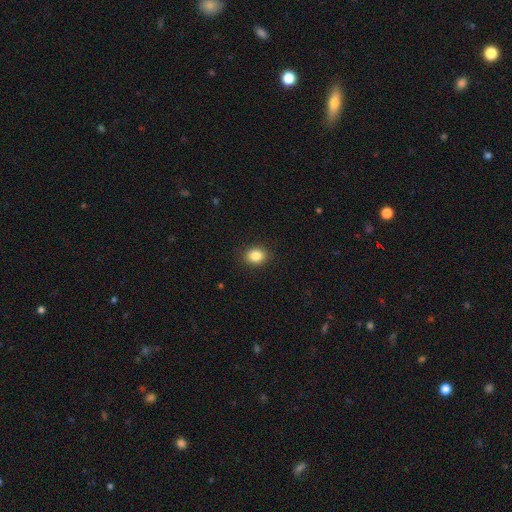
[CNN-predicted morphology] Overall: smooth (86%). How rounded: round (51%; in between 48%). Merging: none (89%).